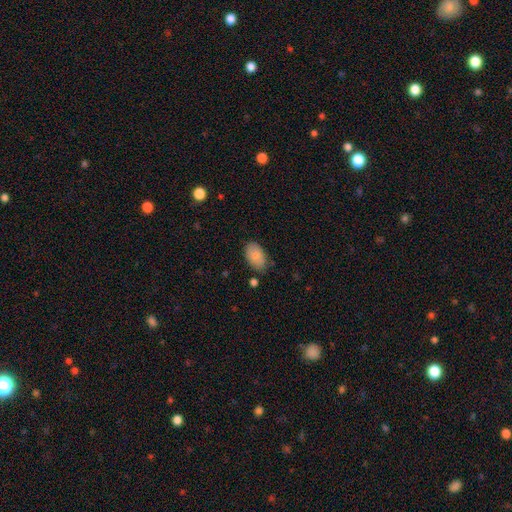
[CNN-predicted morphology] Smooth or featured? smooth (87%)
How rounded? in between (92%)
Merging? none (75%)